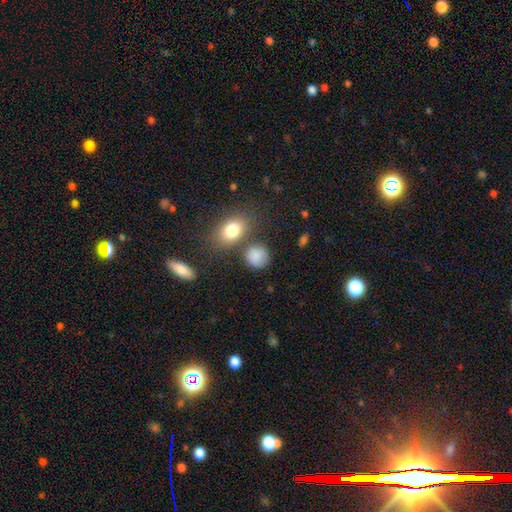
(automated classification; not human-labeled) This appears to be a smooth galaxy with no disk features (85%) that is round (77%). Merging: none (70%).